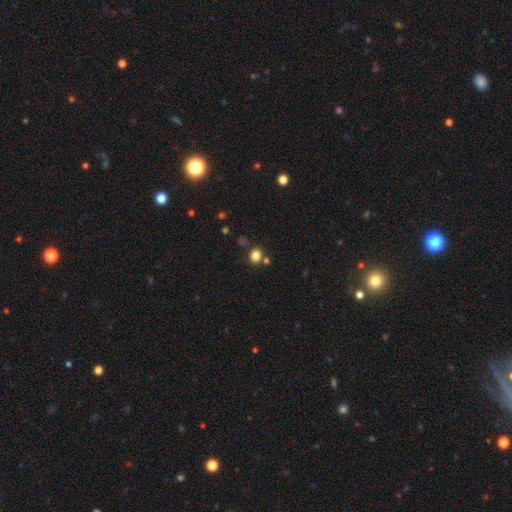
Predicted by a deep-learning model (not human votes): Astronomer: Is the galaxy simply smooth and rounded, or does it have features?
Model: smooth — 82%.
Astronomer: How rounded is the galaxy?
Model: round — 70%.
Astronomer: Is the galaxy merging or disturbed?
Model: none — 76%.